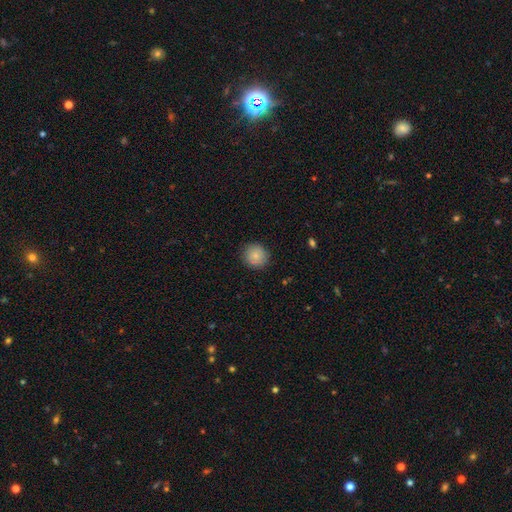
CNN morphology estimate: type=smooth (81%); roundness=round (91%); merging=none (86%).